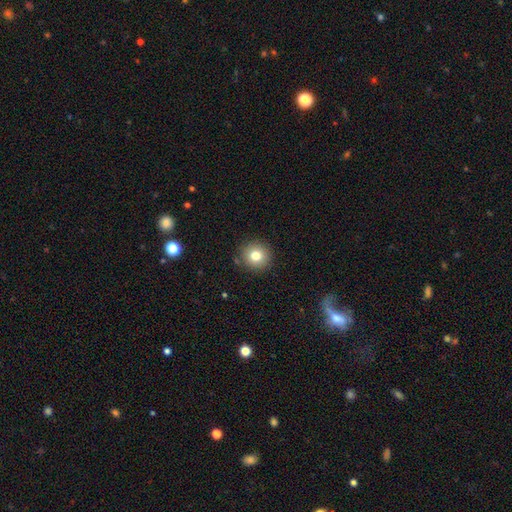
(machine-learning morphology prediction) Q: Smooth or featured?
A: smooth (80%); runner-up: star or artifact (11%)
Q: How rounded?
A: round (92%); runner-up: in between (7%)
Q: Merging?
A: none (89%); runner-up: minor disturbance (7%)